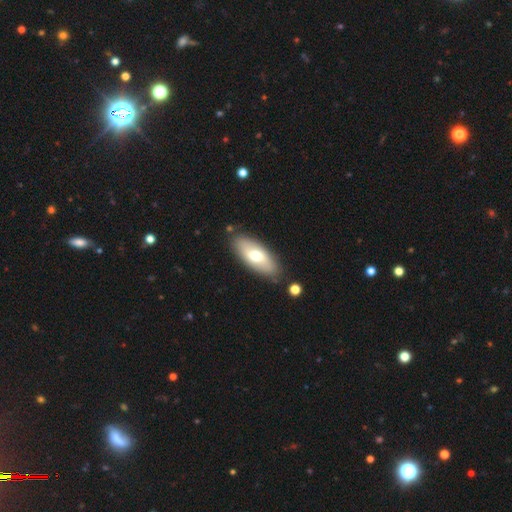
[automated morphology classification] This is likely a smooth galaxy (62%). How rounded: clearly in between (84%). Merging: clearly none (83%).